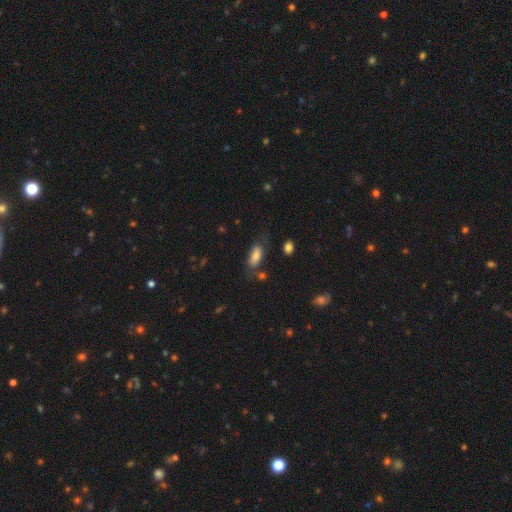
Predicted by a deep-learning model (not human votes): Overall: smooth (78%). How rounded: in between (83%). Merging: none (64%).